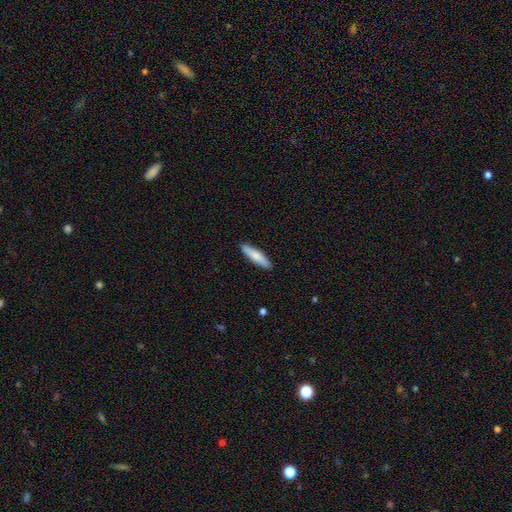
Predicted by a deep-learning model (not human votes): This is likely a smooth galaxy (77%). How rounded: clearly cigar-shaped (80%). Merging: clearly none (90%).